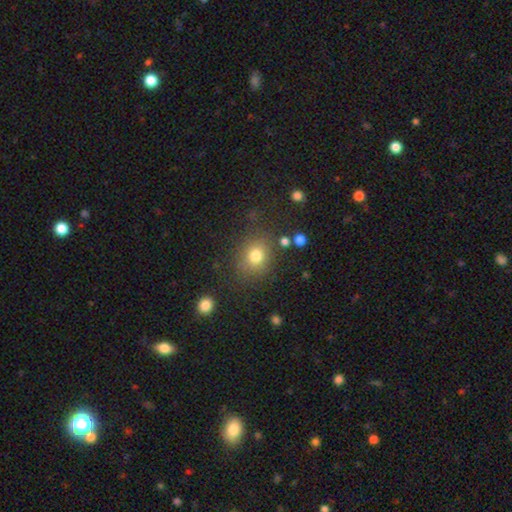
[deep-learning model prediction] A smooth galaxy with no disk features (77%) that is round (66%).

Vote fractions:
- Smooth or featured? smooth: 77% / star or artifact: 14% / featured or disk: 9%
- How rounded? round: 66% / in between: 33% / cigar-shaped: 1%
- Merging? none: 79% / minor disturbance: 12% / major disturbance: 5% / merger: 4%